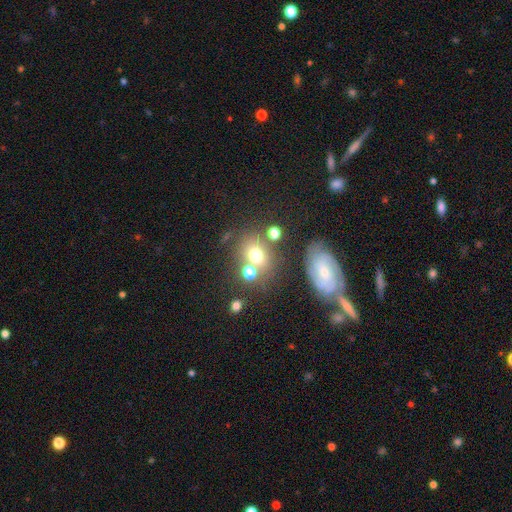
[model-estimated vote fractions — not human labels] smooth 65%, star or artifact 17%, featured or disk 17%. Down the decision tree: how rounded — round (61%); merging — none (57%).